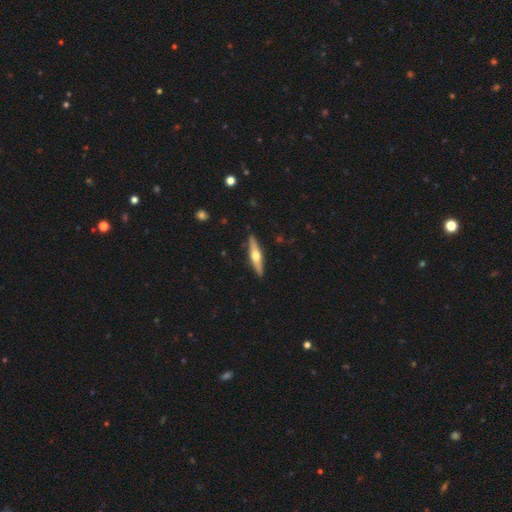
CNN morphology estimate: Smooth or featured? featured or disk (60%)
Edge-on disk? yes (95%)
Edge-on bulge? rounded (94%)
Merging? none (90%)